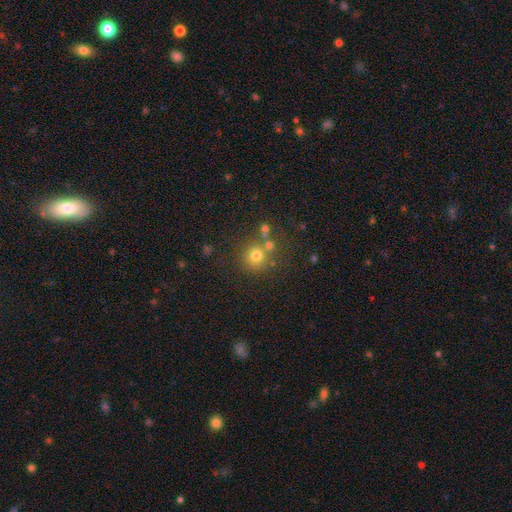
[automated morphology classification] This is likely a smooth galaxy (71%). How rounded: clearly round (92%). Merging: likely none (69%).